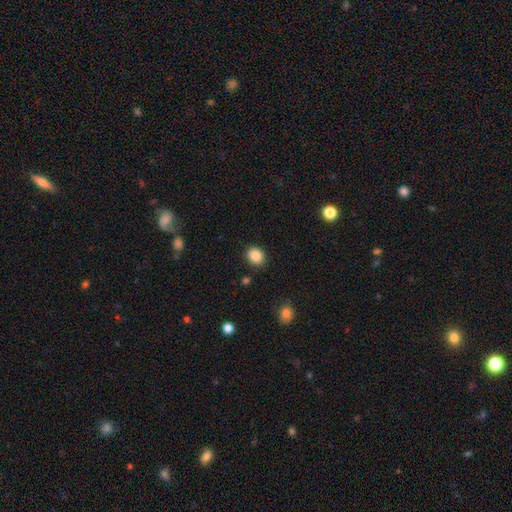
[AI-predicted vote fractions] This is clearly a smooth galaxy (86%). How rounded: likely round (61%). Merging: clearly none (88%).